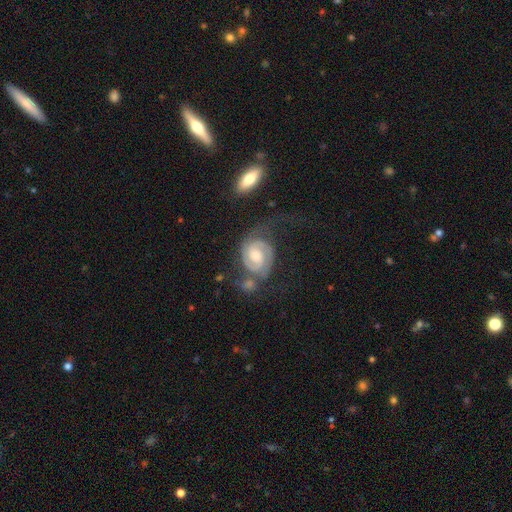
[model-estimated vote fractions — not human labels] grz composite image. It shows a featured or disk galaxy (86%) with no bar (46%), 2 (88%) tight (55%) spiral arms (97%) and a moderate central bulge (47%). Merging: none (49%).